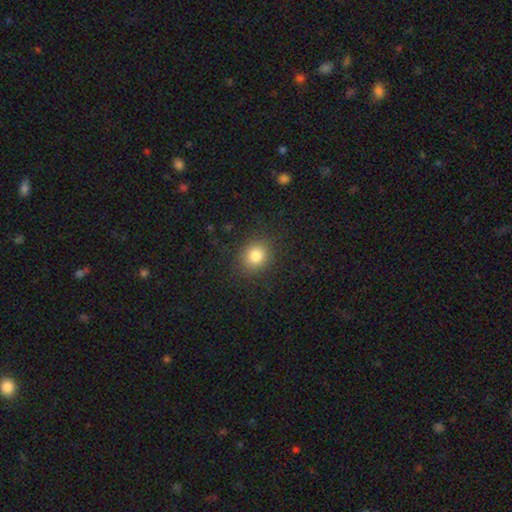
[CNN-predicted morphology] Q: Smooth or featured?
A: smooth (82%); runner-up: star or artifact (12%)
Q: How rounded?
A: round (76%); runner-up: in between (23%)
Q: Merging?
A: none (87%); runner-up: minor disturbance (8%)